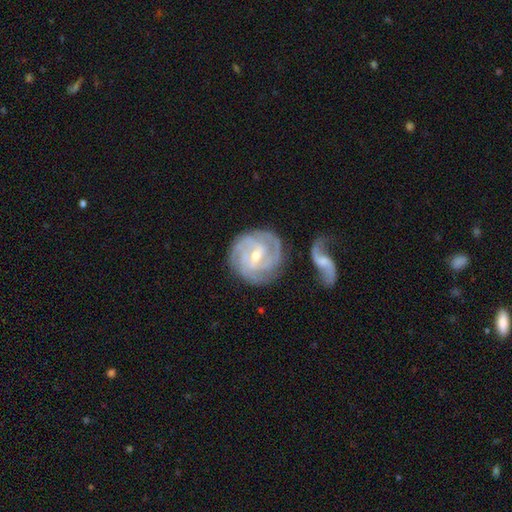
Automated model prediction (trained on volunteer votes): smooth_or_featured: featured or disk (p=0.87) [alt: smooth p=0.08]
disk_edge_on: no (p=0.97) [alt: yes p=0.03]
bar: weak (p=0.52) [alt: strong p=0.26]
has_spiral_arms: yes (p=0.97) [alt: no p=0.03]
spiral_winding: tight (p=0.62) [alt: medium p=0.30]
spiral_arm_count: 3 (p=0.34) [alt: can't tell p=0.20]
bulge_size: moderate (p=0.50) [alt: small p=0.47]
merging: none (p=0.71) [alt: minor disturbance p=0.15]